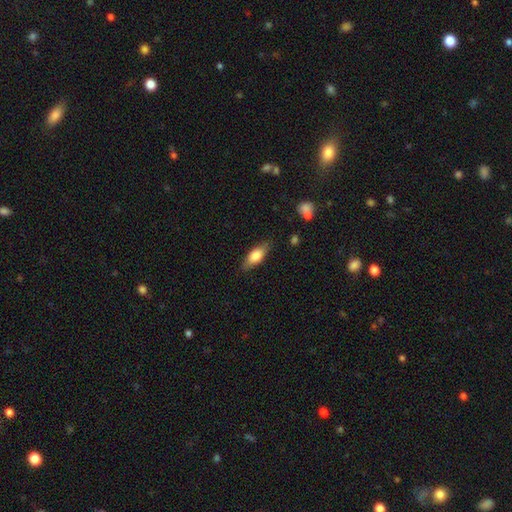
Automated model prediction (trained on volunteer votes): smooth_or_featured: smooth (p=0.68) [alt: featured or disk p=0.26]
how_rounded: in between (p=0.68) [alt: cigar-shaped p=0.29]
merging: none (p=0.81) [alt: minor disturbance p=0.14]